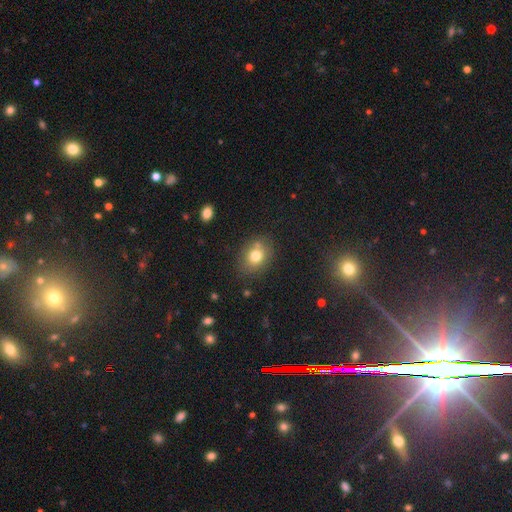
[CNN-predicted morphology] smooth_or_featured: smooth (p=0.76) [alt: star or artifact p=0.12]
how_rounded: round (p=0.50) [alt: in between p=0.49]
merging: none (p=0.75) [alt: minor disturbance p=0.13]